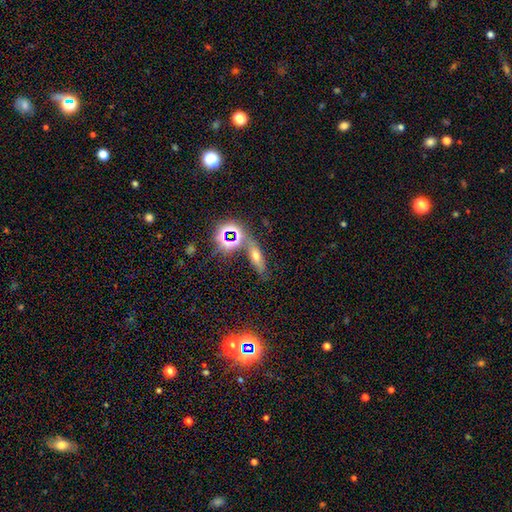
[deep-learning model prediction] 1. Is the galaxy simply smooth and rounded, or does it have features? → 47% smooth, 30% star or artifact, 22% featured or disk.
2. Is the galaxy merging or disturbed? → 68% none, 13% merger, 13% minor disturbance, 5% major disturbance.